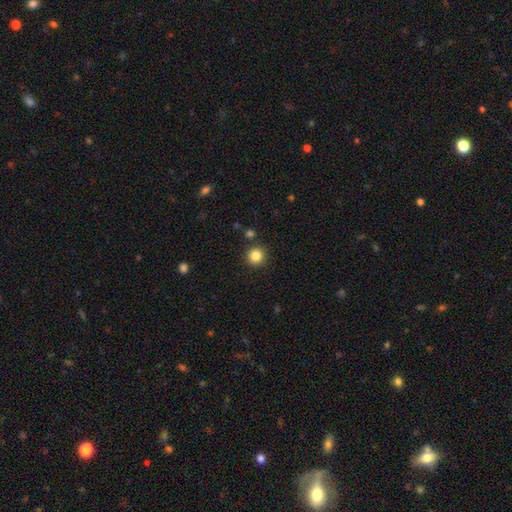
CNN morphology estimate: smooth 84%, star or artifact 11%, featured or disk 5%. Down the decision tree: how rounded — round (95%); merging — none (90%).